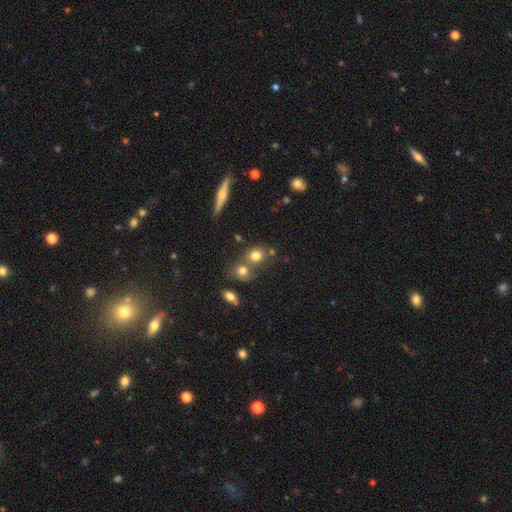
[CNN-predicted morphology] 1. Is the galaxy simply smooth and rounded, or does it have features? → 75% smooth, 13% star or artifact, 11% featured or disk.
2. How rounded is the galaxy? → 74% round, 24% in between, 2% cigar-shaped.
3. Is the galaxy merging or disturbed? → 53% none, 34% merger, 9% minor disturbance, 4% major disturbance.